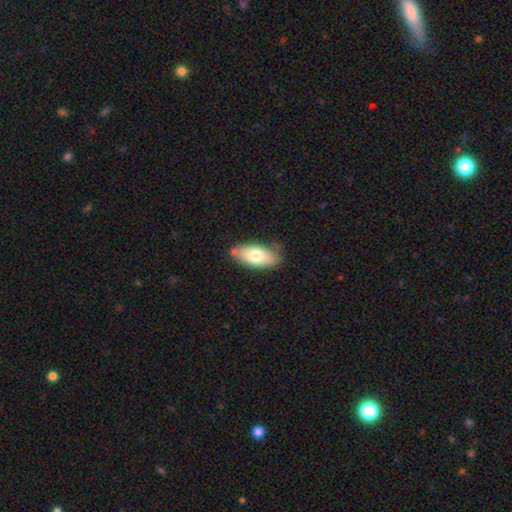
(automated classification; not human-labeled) Morphology: type=smooth (73%); roundness=in between (88%); merging=none (75%).